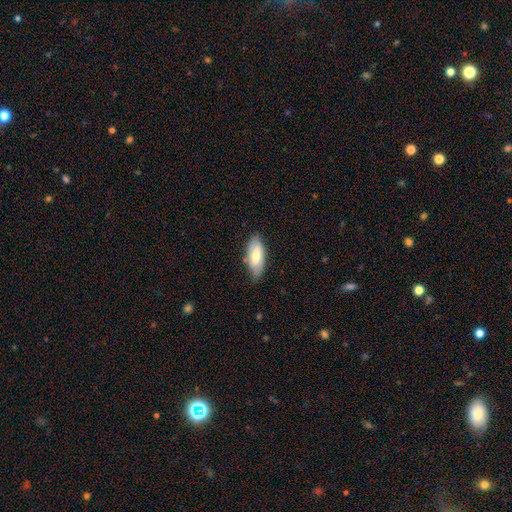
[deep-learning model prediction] smooth-or-featured: smooth: 62% | featured or disk: 32% | star or artifact: 6%
  how-rounded: in between: 84% | cigar-shaped: 14% | round: 2%
  merging: none: 74% | minor disturbance: 21% | major disturbance: 4% | merger: 2%